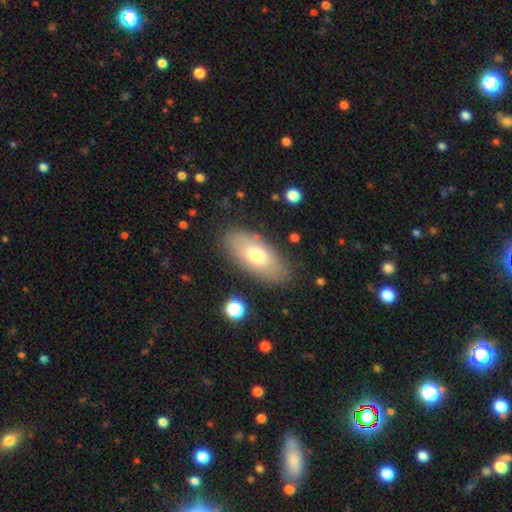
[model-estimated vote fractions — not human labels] smooth-or-featured: smooth: 67% | featured or disk: 26% | star or artifact: 7%
  how-rounded: in between: 89% | cigar-shaped: 8% | round: 3%
  merging: none: 84% | minor disturbance: 11% | major disturbance: 3% | merger: 2%